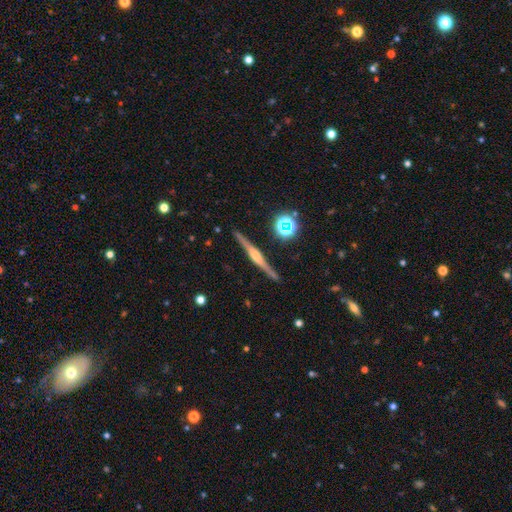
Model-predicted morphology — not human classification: Overall: featured or disk (79%). Edge-on disk: yes (98%). Edge-on bulge: rounded (78%). Merging: none (90%).